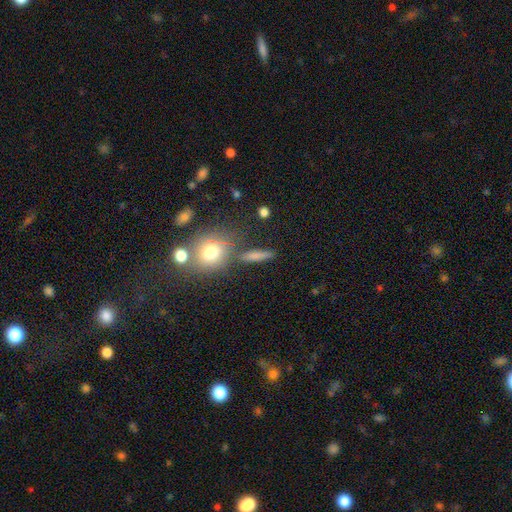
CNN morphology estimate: Smooth or featured: smooth — 72% (featured or disk — 16%)
How rounded: cigar-shaped — 65% (in between — 21%)
Merging: none — 77% (minor disturbance — 11%)